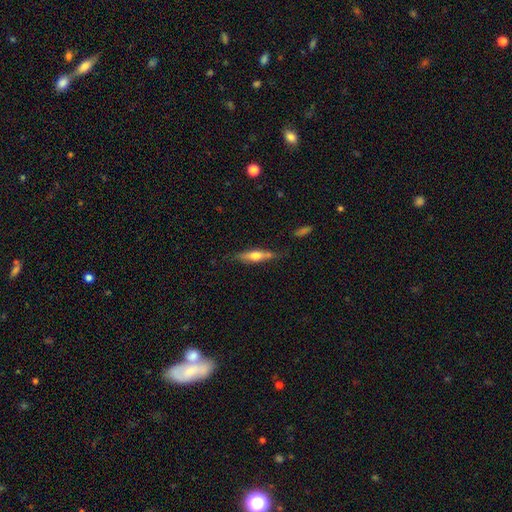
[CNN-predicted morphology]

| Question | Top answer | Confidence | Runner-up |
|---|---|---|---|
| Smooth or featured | smooth | 49% | featured or disk (45%) |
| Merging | none | 69% | minor disturbance (21%) |